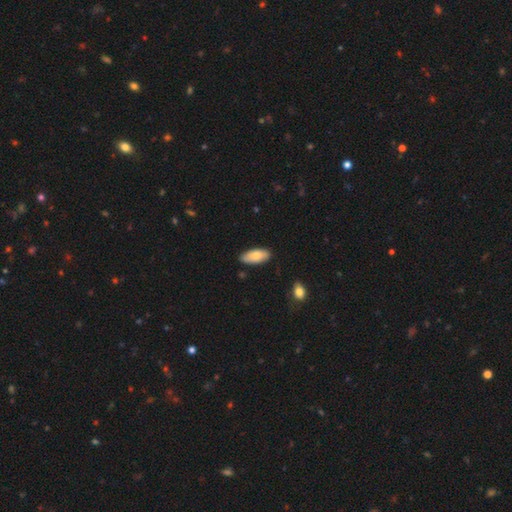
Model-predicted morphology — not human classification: This appears to be a smooth galaxy with no disk features (78%) that is in between round and cigar-shaped (86%). Merging: none (84%).